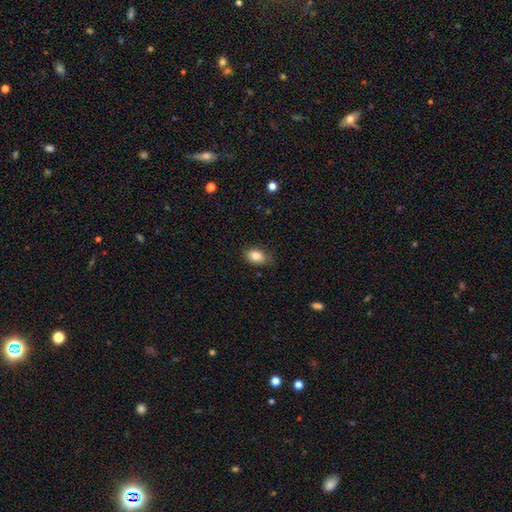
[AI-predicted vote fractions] The model was most divided on "merging": none: 76%, minor disturbance: 19%, major disturbance: 4%, merger: 1%. More confident: how rounded — in between (85%); smooth or featured — smooth (85%).